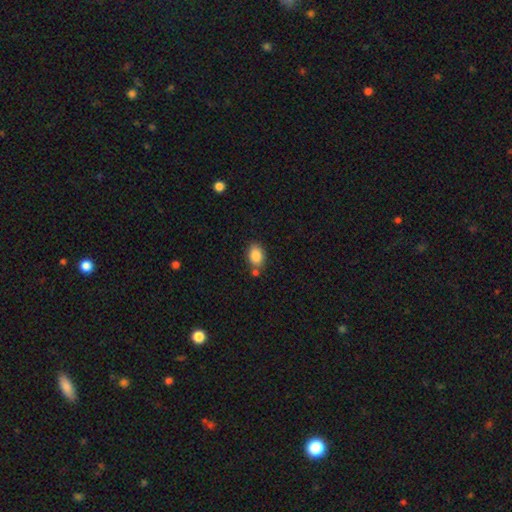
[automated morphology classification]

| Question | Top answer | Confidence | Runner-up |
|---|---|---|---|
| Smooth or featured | smooth | 86% | star or artifact (8%) |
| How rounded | in between | 79% | round (20%) |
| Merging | none | 69% | minor disturbance (15%) |